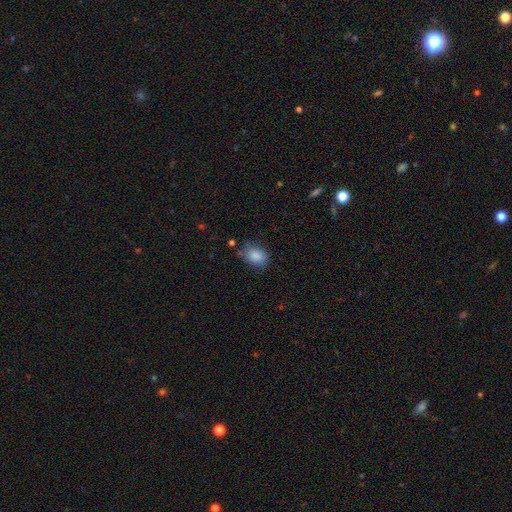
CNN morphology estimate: smooth_or_featured: smooth (p=0.86) [alt: star or artifact p=0.08]
how_rounded: in between (p=0.72) [alt: round p=0.27]
merging: none (p=0.72) [alt: minor disturbance p=0.19]